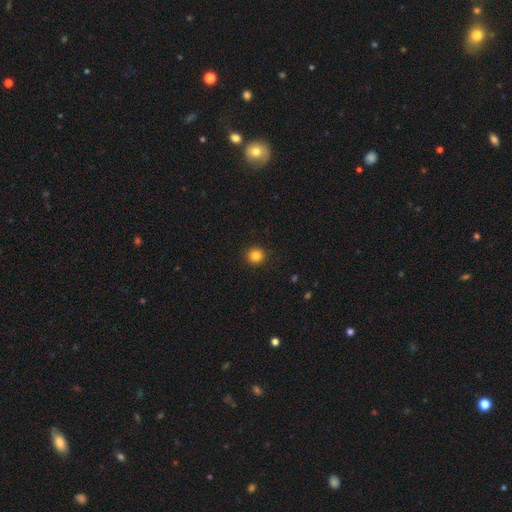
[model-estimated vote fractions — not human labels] This appears to be a smooth galaxy with no disk features (84%) that is round (95%). Merging: none (93%).